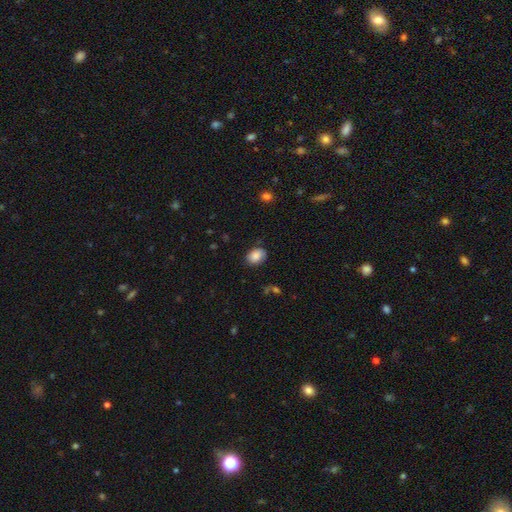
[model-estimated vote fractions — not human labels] The model was most divided on "how rounded": in between: 69%, round: 30%, cigar-shaped: 1%. More confident: smooth or featured — smooth (83%); merging — none (76%).